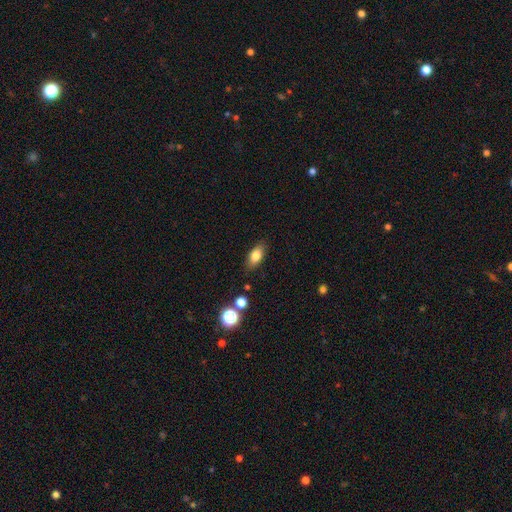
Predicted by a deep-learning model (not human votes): Q: Smooth or featured?
A: smooth (79%); runner-up: featured or disk (12%)
Q: How rounded?
A: in between (84%); runner-up: cigar-shaped (10%)
Q: Merging?
A: none (83%); runner-up: minor disturbance (12%)